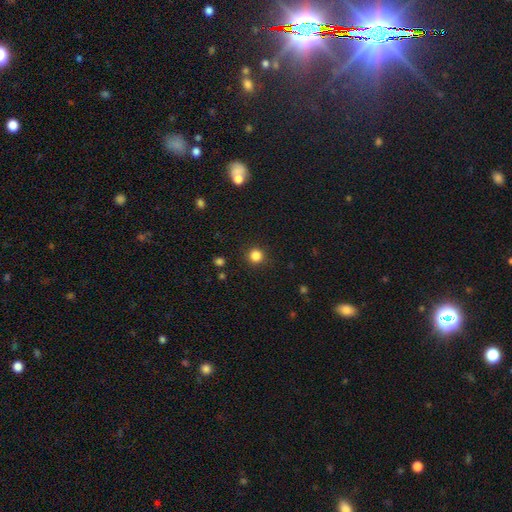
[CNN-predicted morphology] smooth 85%, star or artifact 12%, featured or disk 3%. Down the decision tree: how rounded — round (93%); merging — none (91%).